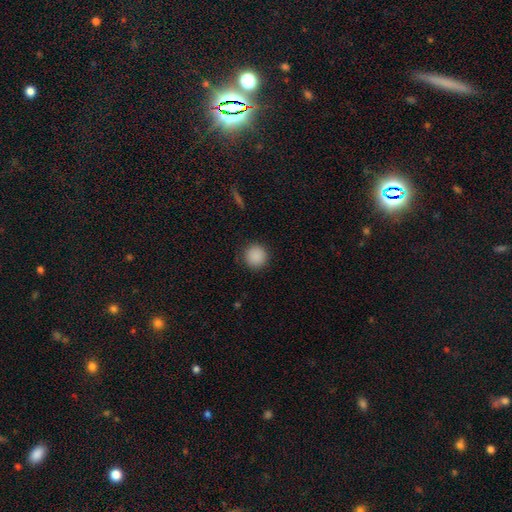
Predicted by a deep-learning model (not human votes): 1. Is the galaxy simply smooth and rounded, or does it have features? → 89% smooth, 8% star or artifact, 3% featured or disk.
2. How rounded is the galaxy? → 94% round, 5% in between, 1% cigar-shaped.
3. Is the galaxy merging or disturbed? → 90% none, 7% minor disturbance, 2% major disturbance, 1% merger.